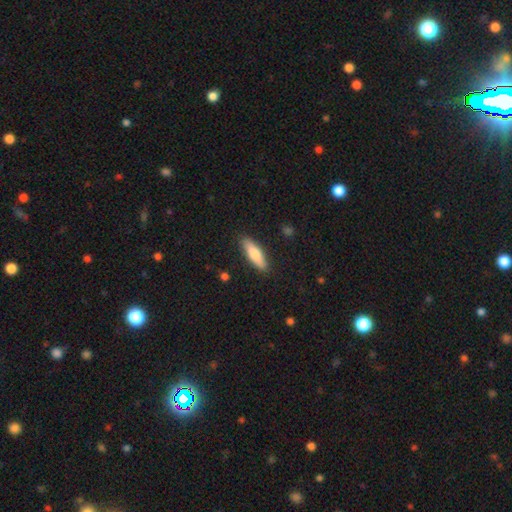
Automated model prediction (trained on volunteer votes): smooth 75%, featured or disk 20%, star or artifact 5%. Down the decision tree: how rounded — cigar-shaped (60%); merging — none (88%).